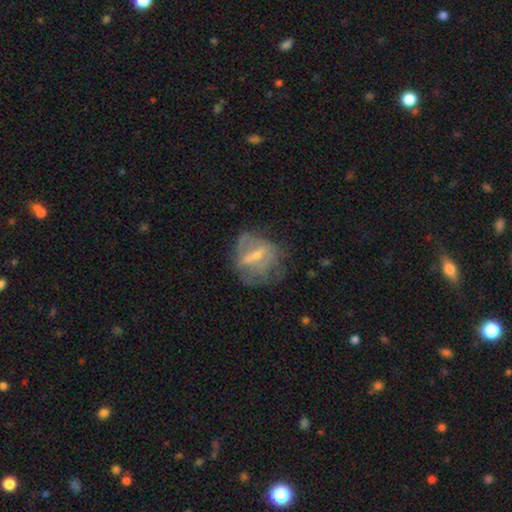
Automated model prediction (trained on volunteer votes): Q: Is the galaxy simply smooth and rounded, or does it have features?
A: featured or disk — 61%.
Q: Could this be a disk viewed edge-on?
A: no — 94%.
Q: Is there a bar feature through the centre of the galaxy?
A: weak — 42%.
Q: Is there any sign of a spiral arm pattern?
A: no — 64%.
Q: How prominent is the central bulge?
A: small — 58%.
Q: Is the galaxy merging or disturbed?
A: none — 44%.